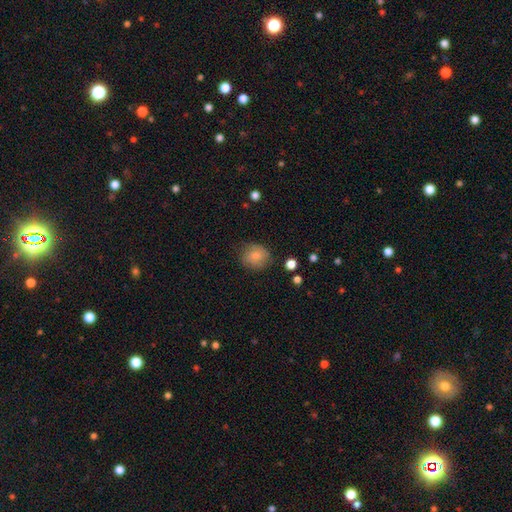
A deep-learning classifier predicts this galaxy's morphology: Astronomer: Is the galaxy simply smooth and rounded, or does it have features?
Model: smooth — 80%.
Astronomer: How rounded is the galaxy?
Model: round — 71%.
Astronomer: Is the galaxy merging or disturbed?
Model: none — 75%.